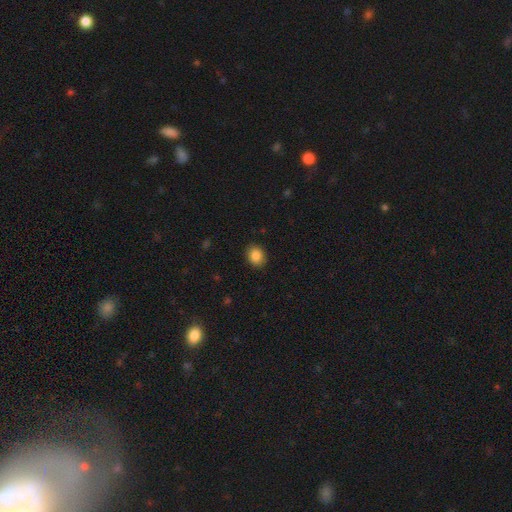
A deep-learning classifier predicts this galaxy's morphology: Smooth or featured?
  - smooth: 86% *
  - star or artifact: 9%
  - featured or disk: 4%
How rounded?
  - round: 59% *
  - in between: 40%
  - cigar-shaped: 1%
Merging?
  - none: 89% *
  - minor disturbance: 8%
  - major disturbance: 2%
  - merger: 1%